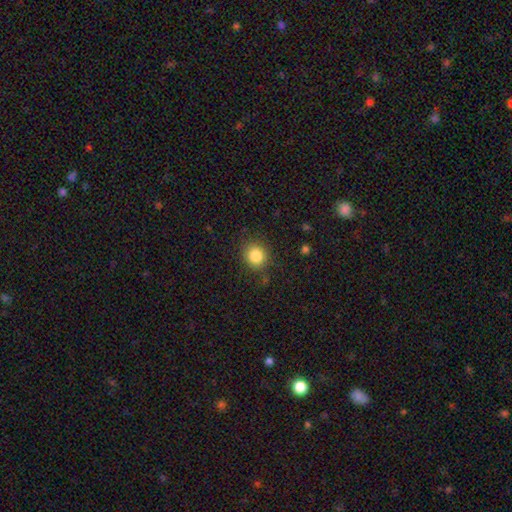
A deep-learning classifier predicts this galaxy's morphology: Smooth or featured? smooth (84%)
How rounded? round (81%)
Merging? none (84%)